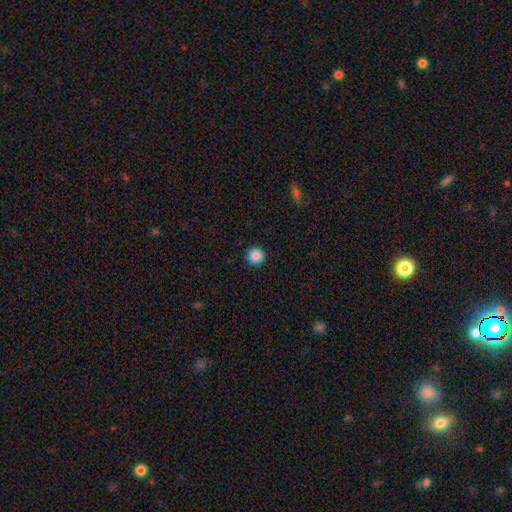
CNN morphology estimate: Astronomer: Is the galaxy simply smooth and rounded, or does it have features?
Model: smooth — 87%.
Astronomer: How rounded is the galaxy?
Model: round — 96%.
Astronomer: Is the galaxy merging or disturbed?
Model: none — 93%.